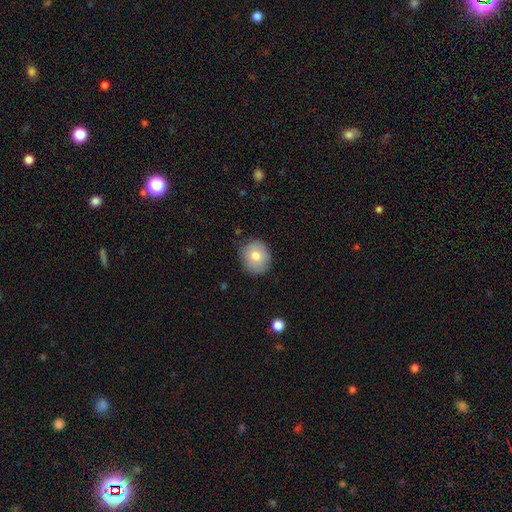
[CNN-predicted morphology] A smooth galaxy with no disk features (76%) that is round (79%).

Vote fractions:
- Smooth or featured? smooth: 76% / featured or disk: 16% / star or artifact: 9%
- How rounded? round: 79% / in between: 20% / cigar-shaped: 1%
- Merging? none: 81% / minor disturbance: 14% / major disturbance: 3% / merger: 1%